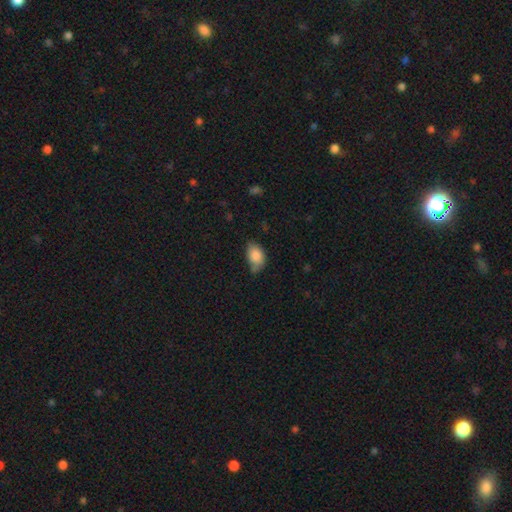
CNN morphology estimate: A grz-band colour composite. It shows a smooth galaxy with no disk features (84%) that is in between round and cigar-shaped (86%). Merging: none (46%).